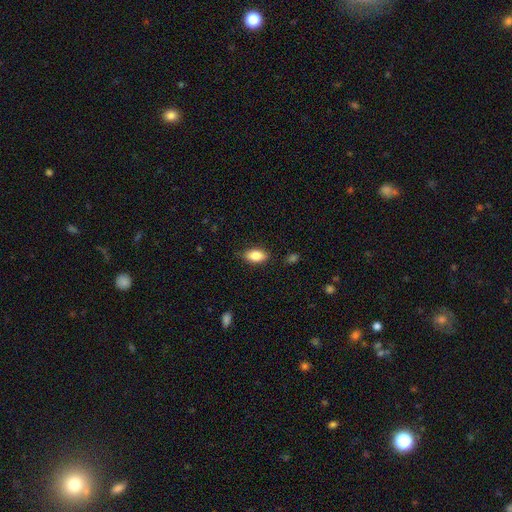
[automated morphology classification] This is clearly a smooth galaxy (85%). How rounded: clearly in between (90%). Merging: clearly none (85%).